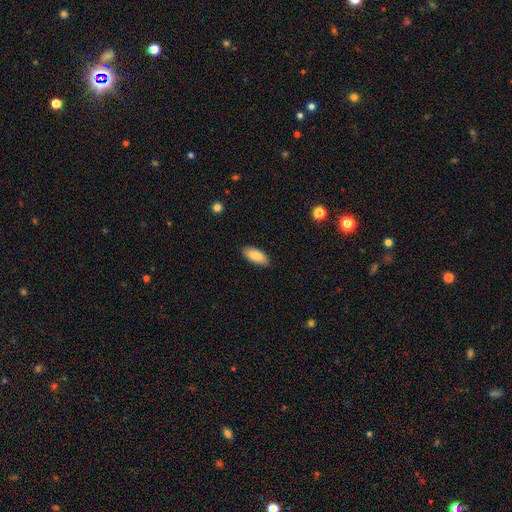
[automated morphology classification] Q: Smooth or featured?
A: smooth (84%); runner-up: featured or disk (10%)
Q: How rounded?
A: in between (86%); runner-up: cigar-shaped (12%)
Q: Merging?
A: none (88%); runner-up: minor disturbance (9%)